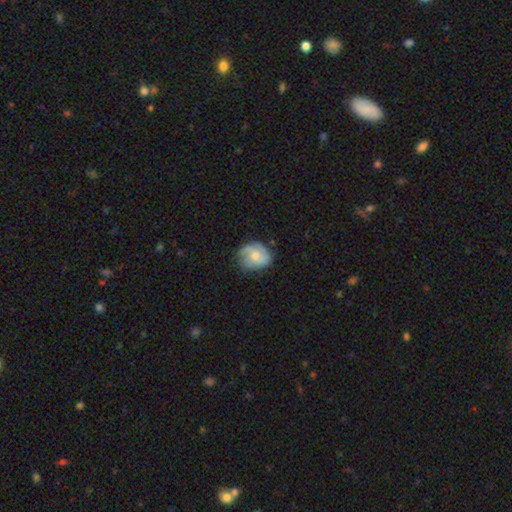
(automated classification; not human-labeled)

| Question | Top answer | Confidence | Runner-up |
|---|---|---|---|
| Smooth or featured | featured or disk | 55% | smooth (38%) |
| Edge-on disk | no | 98% | yes (2%) |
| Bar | no | 75% | weak (23%) |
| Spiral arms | yes | 83% | no (17%) |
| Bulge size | moderate | 56% | small (28%) |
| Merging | none | 66% | minor disturbance (24%) |